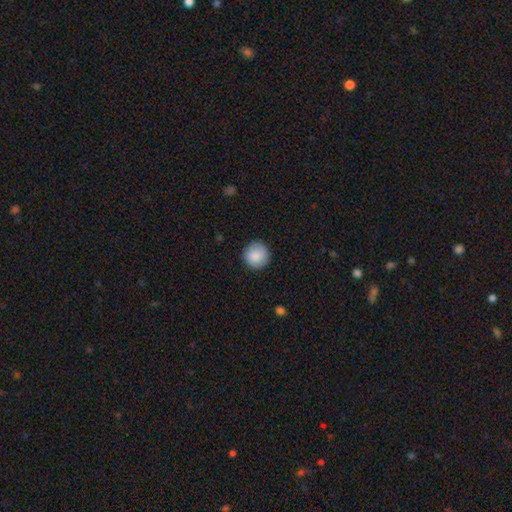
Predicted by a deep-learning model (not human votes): A smooth galaxy with no disk features (88%) that is round (95%).

Vote fractions:
- Smooth or featured? smooth: 88% / star or artifact: 7% / featured or disk: 5%
- How rounded? round: 95% / in between: 4% / cigar-shaped: 1%
- Merging? none: 90% / minor disturbance: 7% / major disturbance: 2% / merger: 1%